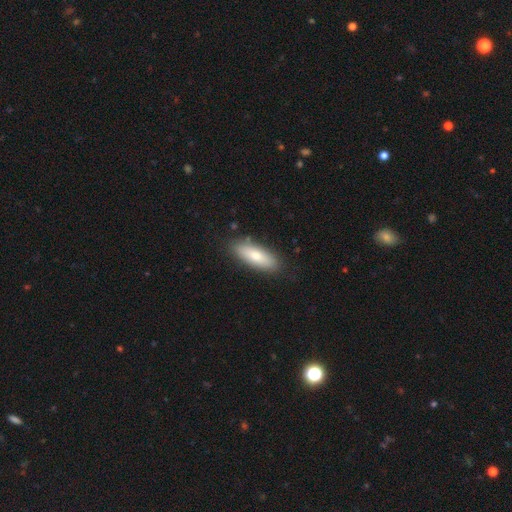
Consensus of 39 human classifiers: Smooth or featured? 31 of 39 (79%) said smooth. How rounded? 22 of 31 (71%) said in between. Merging? 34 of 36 (94%) said none.